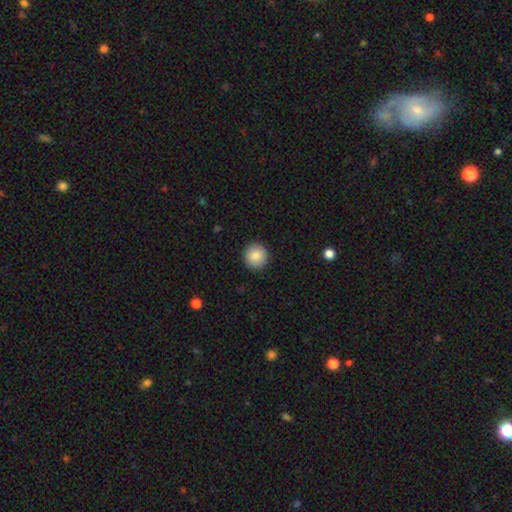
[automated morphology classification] Smooth or featured? smooth (85%)
How rounded? round (93%)
Merging? none (91%)